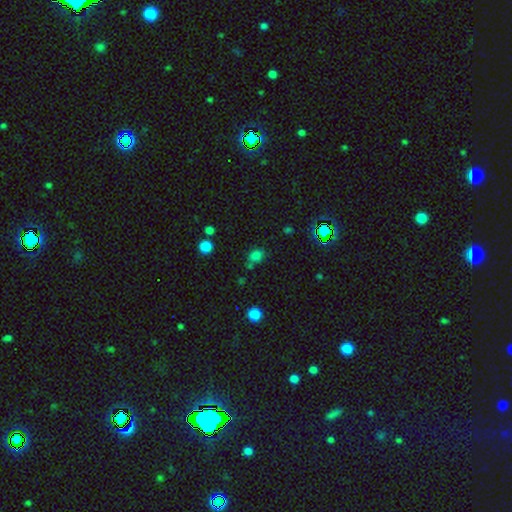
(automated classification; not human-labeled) smooth_or_featured: smooth (p=0.73) [alt: star or artifact p=0.21]
how_rounded: in between (p=0.49) [tied with: round p=0.49]
merging: none (p=0.64) [alt: minor disturbance p=0.17]